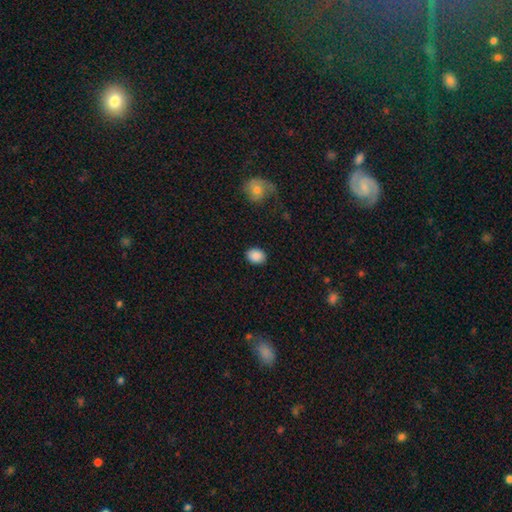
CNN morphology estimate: Smooth or featured: smooth — 89% (star or artifact — 8%)
How rounded: in between — 60% (round — 39%)
Merging: none — 87% (minor disturbance — 9%)